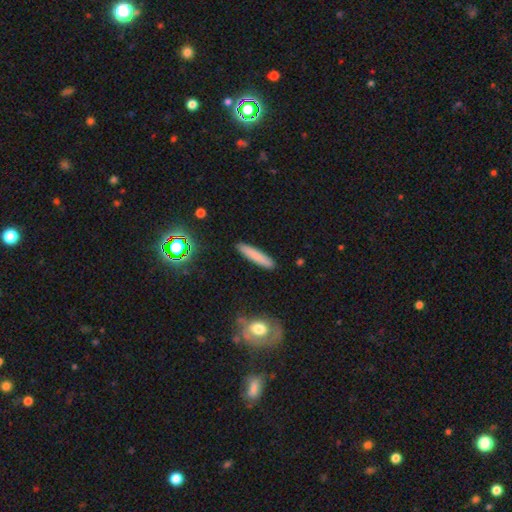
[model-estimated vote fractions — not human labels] smooth 77%, featured or disk 14%, star or artifact 8%. Down the decision tree: how rounded — cigar-shaped (90%); merging — none (90%).